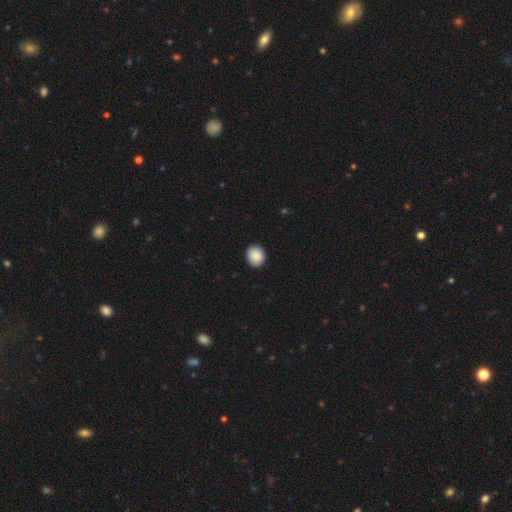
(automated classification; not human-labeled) The model was most divided on "how rounded": round: 71%, in between: 28%, cigar-shaped: 1%. More confident: merging — none (91%); smooth or featured — smooth (90%).